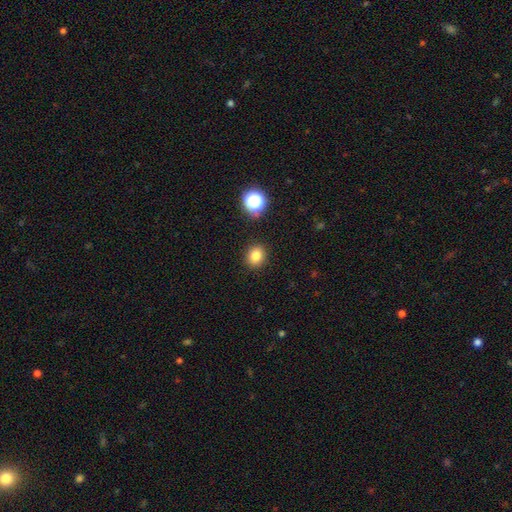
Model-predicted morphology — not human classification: smooth_or_featured: smooth (p=0.81) [alt: star or artifact p=0.13]
how_rounded: round (p=0.73) [alt: in between p=0.26]
merging: none (p=0.89) [alt: minor disturbance p=0.07]